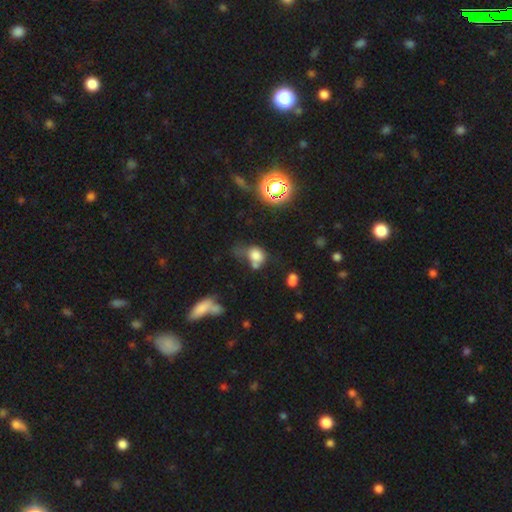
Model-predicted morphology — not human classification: type=smooth (71%); roundness=round (58%); merging=none (33%).